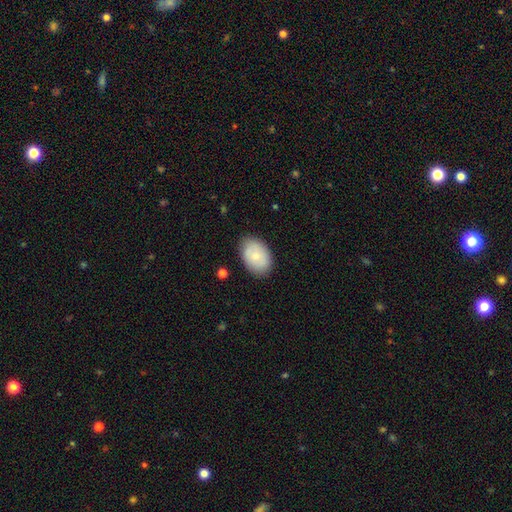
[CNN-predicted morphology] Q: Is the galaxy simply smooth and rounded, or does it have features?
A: smooth — 74%.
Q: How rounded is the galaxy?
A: in between — 84%.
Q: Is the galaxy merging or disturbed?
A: none — 82%.